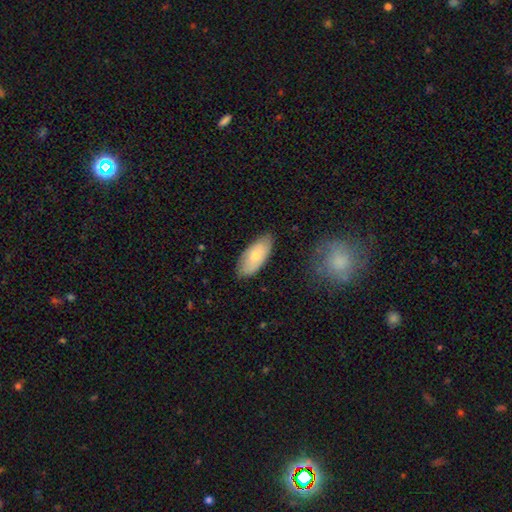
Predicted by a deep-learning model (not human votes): Morphology: type=smooth (67%); roundness=in between (90%); merging=none (80%).